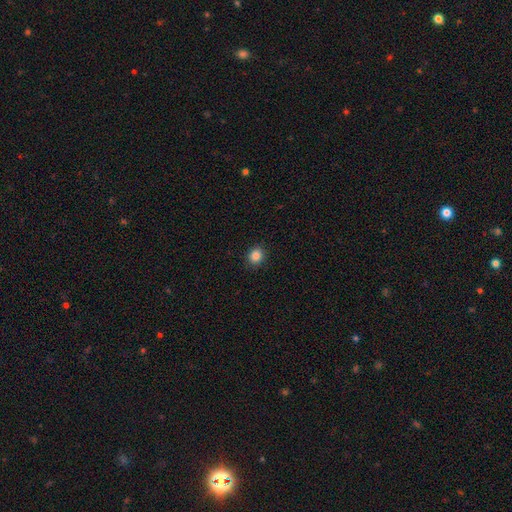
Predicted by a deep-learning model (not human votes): Morphology: type=smooth (86%); roundness=round (76%); merging=none (90%).